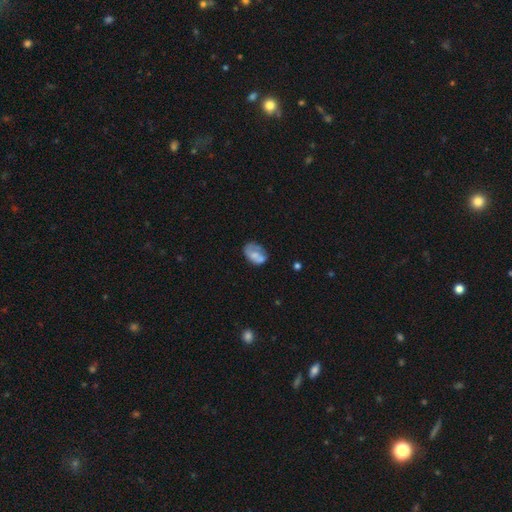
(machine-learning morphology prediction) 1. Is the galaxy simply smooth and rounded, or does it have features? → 55% smooth, 36% featured or disk, 8% star or artifact.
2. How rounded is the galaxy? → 80% in between, 18% round, 1% cigar-shaped.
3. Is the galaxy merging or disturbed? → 38% none, 28% minor disturbance, 17% major disturbance, 16% merger.